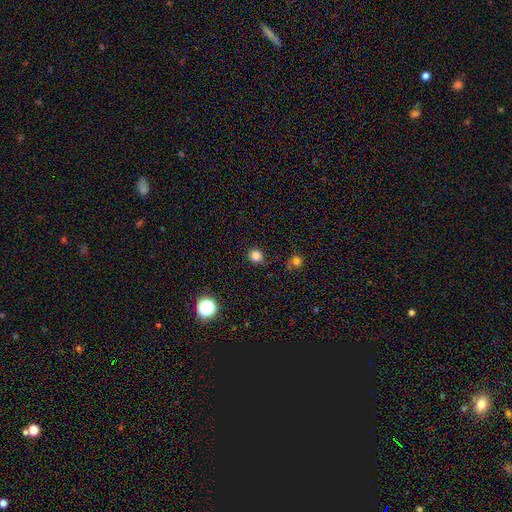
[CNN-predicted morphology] This appears to be a smooth galaxy with no disk features (83%) that is round (82%). Merging: none (81%).